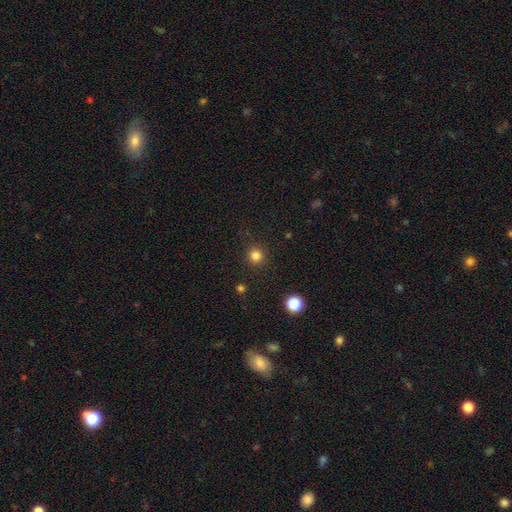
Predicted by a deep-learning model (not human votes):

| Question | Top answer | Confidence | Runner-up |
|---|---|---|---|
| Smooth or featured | smooth | 82% | star or artifact (14%) |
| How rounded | round | 94% | in between (5%) |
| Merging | none | 91% | minor disturbance (5%) |